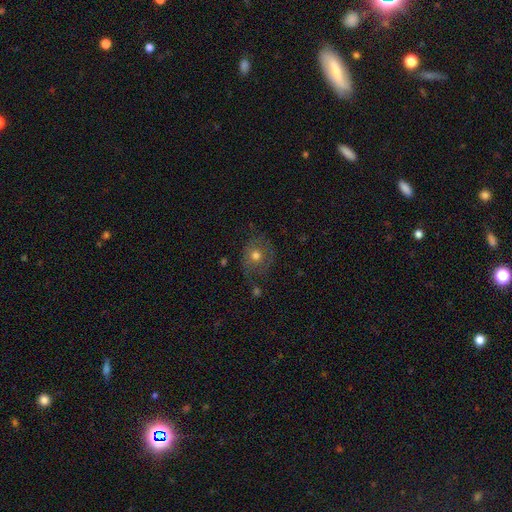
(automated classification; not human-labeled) Smooth or featured?
  - smooth: 59% *
  - featured or disk: 29%
  - star or artifact: 12%
How rounded?
  - round: 76% *
  - in between: 23%
  - cigar-shaped: 1%
Merging?
  - none: 64% *
  - minor disturbance: 21%
  - major disturbance: 11%
  - merger: 4%